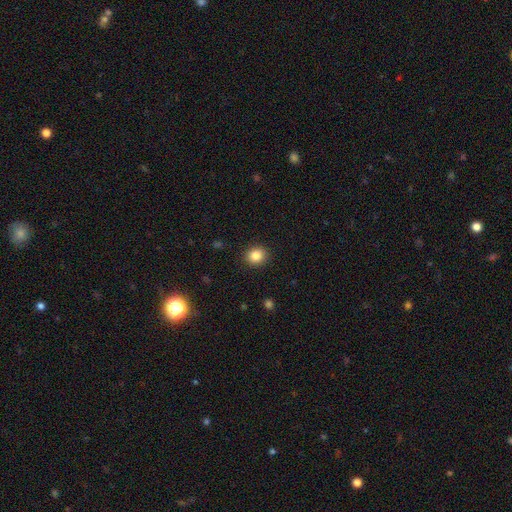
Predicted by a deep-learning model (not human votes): smooth_or_featured: smooth (p=0.85) [alt: star or artifact p=0.10]
how_rounded: round (p=0.73) [alt: in between p=0.26]
merging: none (p=0.90) [alt: minor disturbance p=0.07]